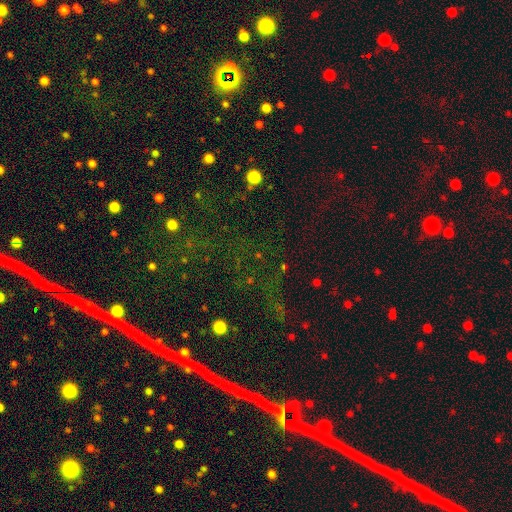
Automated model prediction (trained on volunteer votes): Q: Smooth or featured?
A: star or artifact (85%); runner-up: smooth (7%)